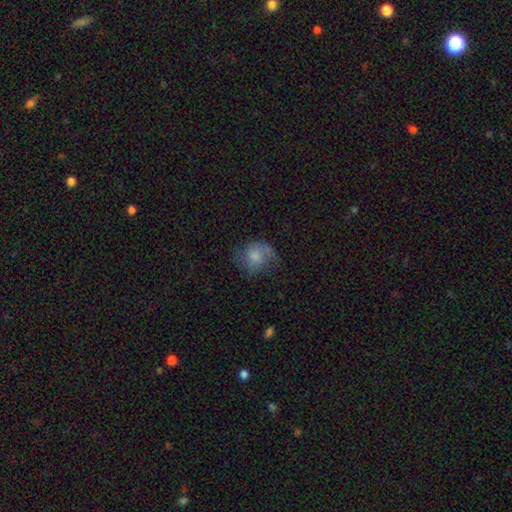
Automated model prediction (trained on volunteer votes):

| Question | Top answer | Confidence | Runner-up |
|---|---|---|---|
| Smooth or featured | smooth | 65% | featured or disk (25%) |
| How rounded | round | 72% | in between (27%) |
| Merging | none | 47% | minor disturbance (28%) |